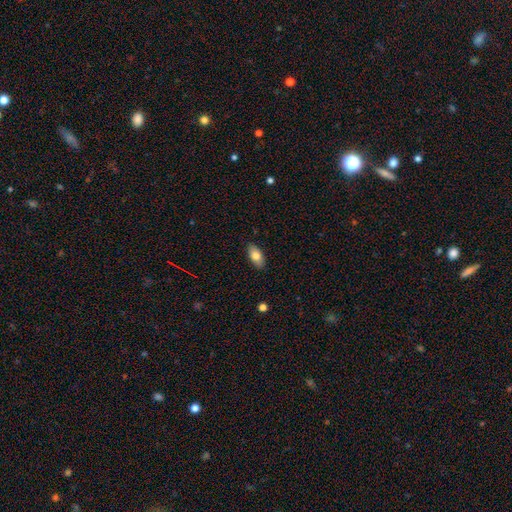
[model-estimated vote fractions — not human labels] This appears to be a smooth galaxy with no disk features (80%) that is in between round and cigar-shaped (91%). Merging: none (88%).